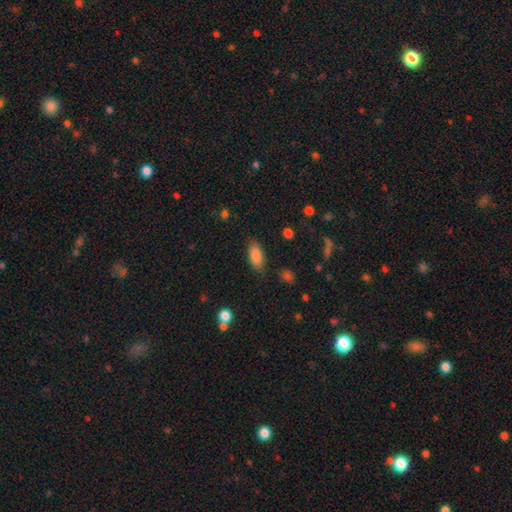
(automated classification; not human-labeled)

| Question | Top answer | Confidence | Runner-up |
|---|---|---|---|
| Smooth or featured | smooth | 85% | star or artifact (8%) |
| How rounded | in between | 87% | cigar-shaped (10%) |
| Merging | none | 82% | minor disturbance (13%) |